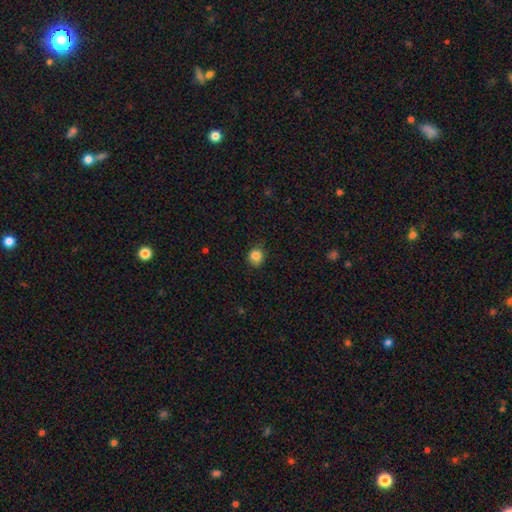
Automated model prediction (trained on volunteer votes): Overall: smooth (84%). How rounded: round (77%). Merging: none (80%).